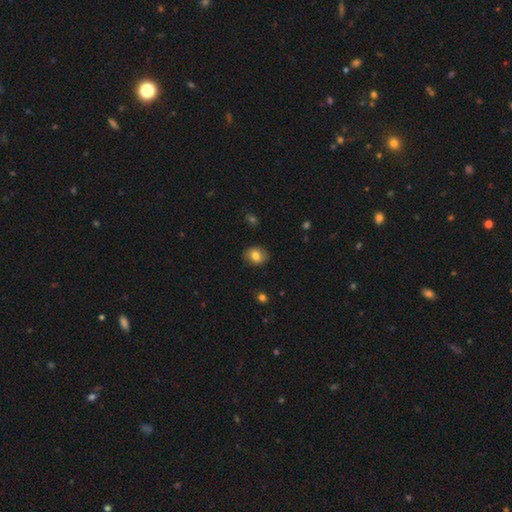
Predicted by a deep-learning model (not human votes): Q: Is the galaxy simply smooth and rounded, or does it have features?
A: smooth — 78%.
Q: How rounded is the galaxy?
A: round — 54%.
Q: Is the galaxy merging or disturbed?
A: none — 85%.